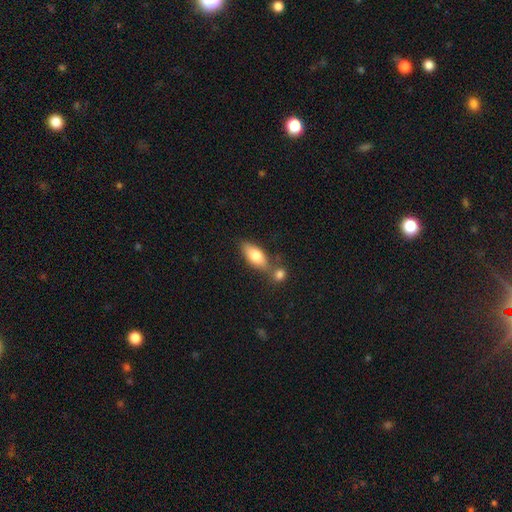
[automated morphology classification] This appears to be a smooth galaxy with no disk features (76%) that is in between round and cigar-shaped (83%). Merging: none (54%).